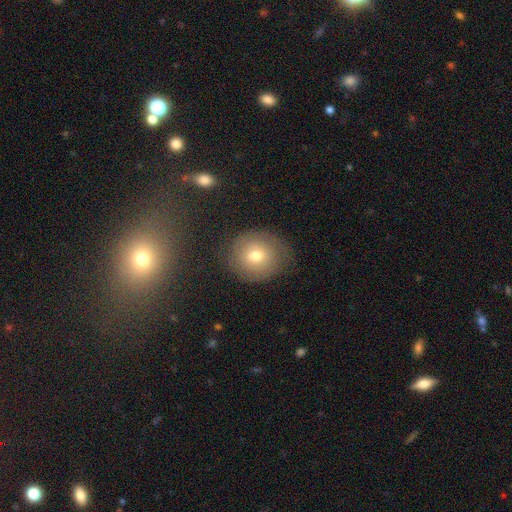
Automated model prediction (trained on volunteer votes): Morphology: type=smooth (70%); roundness=round (84%); merging=none (78%).